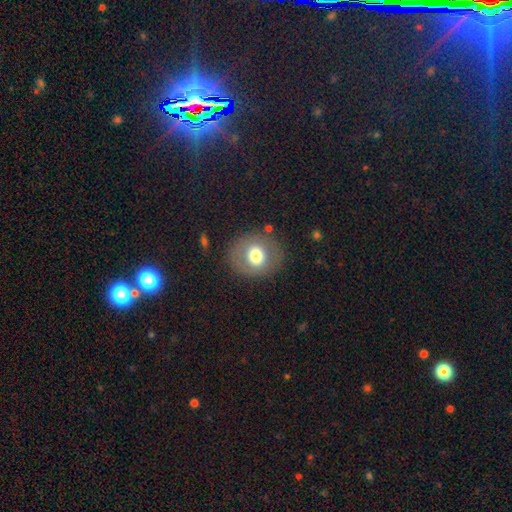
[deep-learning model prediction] This is likely a smooth galaxy (66%). How rounded: likely round (78%). Merging: clearly none (82%).